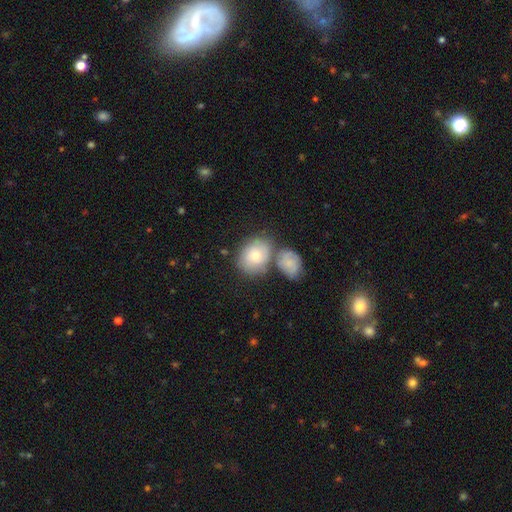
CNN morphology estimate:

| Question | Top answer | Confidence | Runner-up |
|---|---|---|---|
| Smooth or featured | smooth | 63% | featured or disk (28%) |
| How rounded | round | 51% | in between (47%) |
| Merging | none | 50% | merger (31%) |